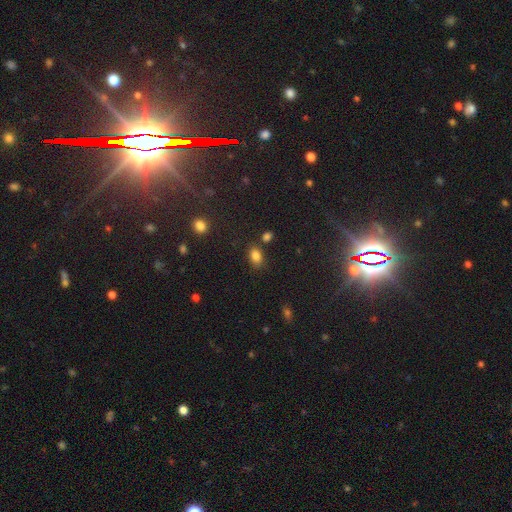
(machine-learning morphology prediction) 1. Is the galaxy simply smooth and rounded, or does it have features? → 83% smooth, 12% star or artifact, 5% featured or disk.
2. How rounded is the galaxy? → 81% in between, 18% round, 2% cigar-shaped.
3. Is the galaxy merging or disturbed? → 73% none, 14% minor disturbance, 9% merger, 4% major disturbance.